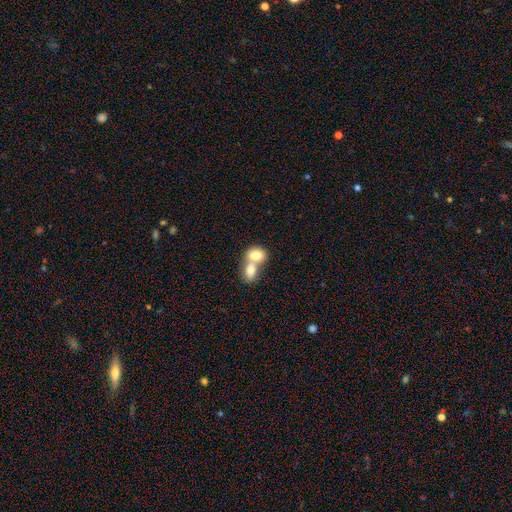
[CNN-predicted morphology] Smooth or featured? Predicted: smooth (p=0.76). How rounded? Predicted: in between (p=0.75). Merging? Predicted: merger (p=0.76).